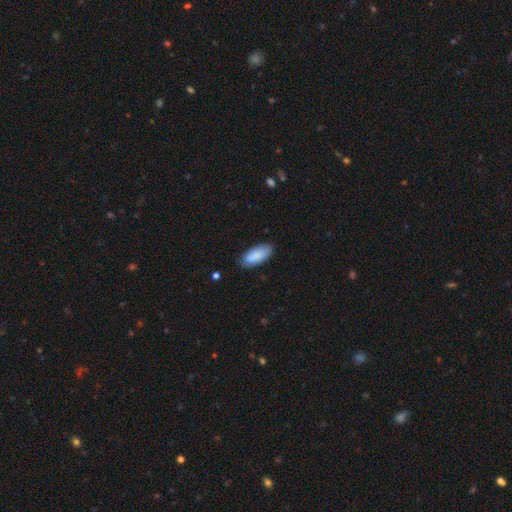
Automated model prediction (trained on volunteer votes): A smooth galaxy with no disk features (87%) that is in between round and cigar-shaped (86%). Merging: none (78%).